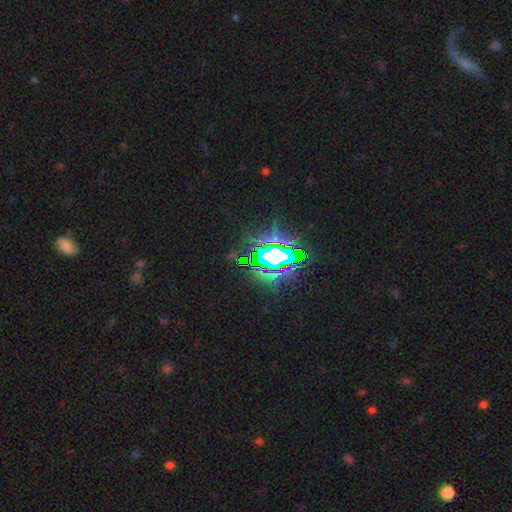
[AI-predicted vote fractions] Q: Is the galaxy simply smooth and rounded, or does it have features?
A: star or artifact — 79%.